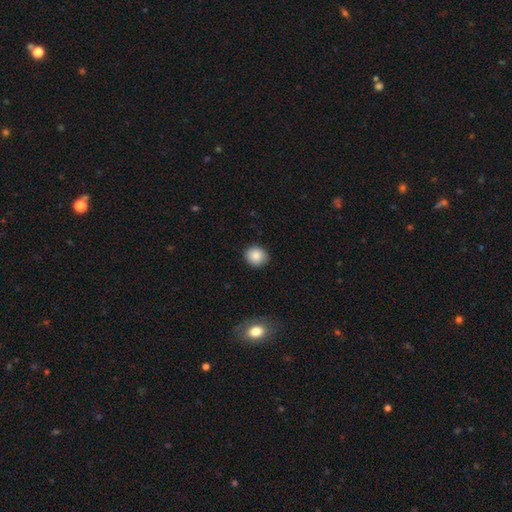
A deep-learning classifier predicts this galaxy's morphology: Overall: smooth (86%). How rounded: round (78%). Merging: none (89%).